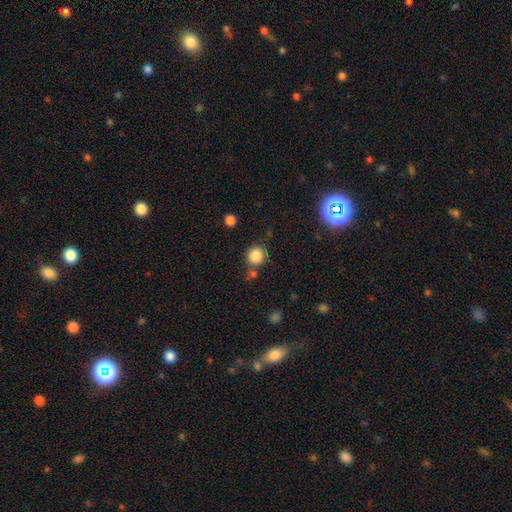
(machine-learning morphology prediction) A smooth galaxy with no disk features (85%) that is round (89%).

Vote fractions:
- Smooth or featured? smooth: 85% / star or artifact: 10% / featured or disk: 5%
- How rounded? round: 89% / in between: 10% / cigar-shaped: 1%
- Merging? none: 75% / minor disturbance: 11% / merger: 11% / major disturbance: 4%